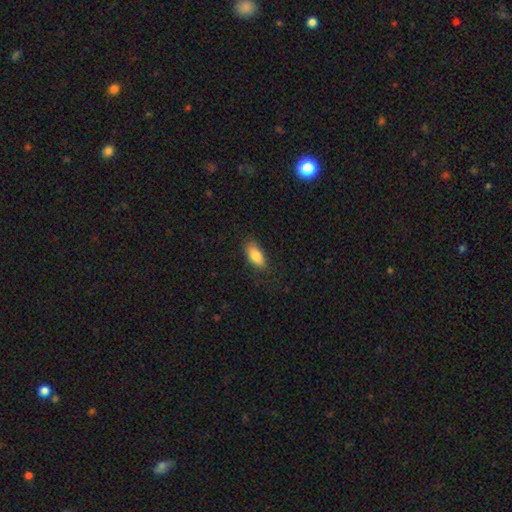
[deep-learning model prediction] Smooth or featured: smooth — 83% (featured or disk — 10%)
How rounded: in between — 87% (cigar-shaped — 10%)
Merging: none — 82% (minor disturbance — 13%)